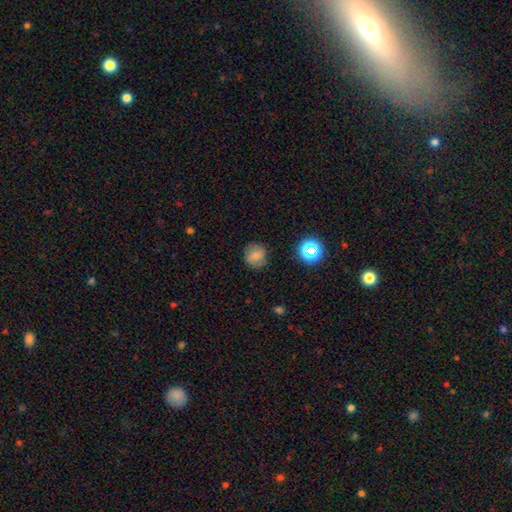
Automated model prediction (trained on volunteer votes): smooth_or_featured: smooth (p=0.75) [alt: featured or disk p=0.12]
how_rounded: round (p=0.89) [alt: in between p=0.10]
merging: none (p=0.83) [alt: minor disturbance p=0.12]